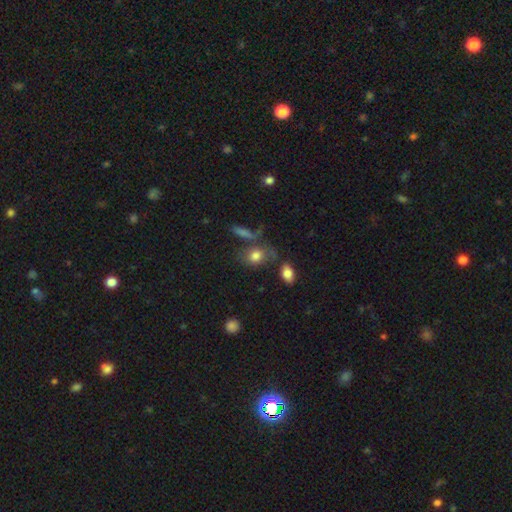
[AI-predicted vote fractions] Q: Smooth or featured?
A: smooth (78%); runner-up: featured or disk (12%)
Q: How rounded?
A: in between (66%); runner-up: round (31%)
Q: Merging?
A: none (55%); runner-up: minor disturbance (19%)